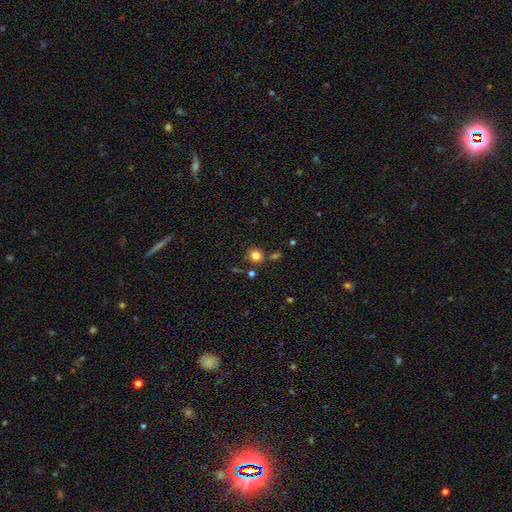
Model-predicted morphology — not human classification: smooth 80%, star or artifact 14%, featured or disk 6%. Down the decision tree: how rounded — round (92%); merging — none (80%).